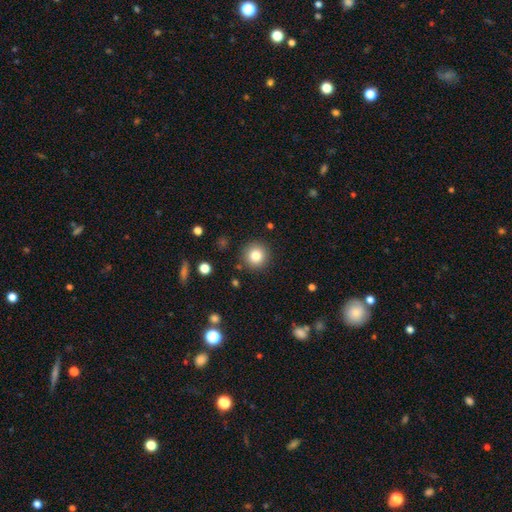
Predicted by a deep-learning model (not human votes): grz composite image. It shows a smooth galaxy with no disk features (82%) that is round (94%). Merging: none (89%).